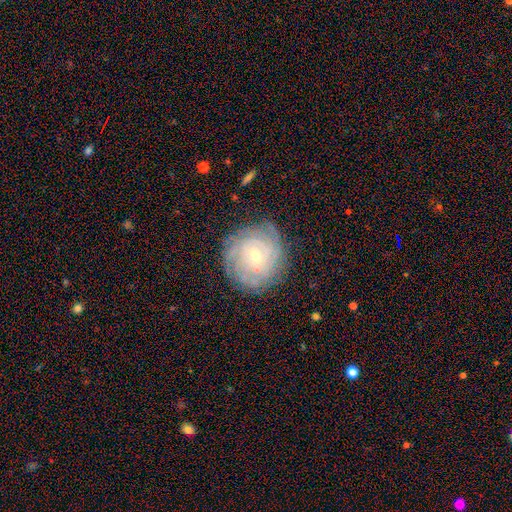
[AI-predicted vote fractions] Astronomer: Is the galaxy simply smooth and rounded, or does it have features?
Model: featured or disk — 77%.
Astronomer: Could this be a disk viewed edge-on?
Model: no — 97%.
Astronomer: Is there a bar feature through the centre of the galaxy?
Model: no — 59%.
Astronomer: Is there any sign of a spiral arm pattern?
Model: yes — 92%.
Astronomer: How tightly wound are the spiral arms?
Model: tight — 83%.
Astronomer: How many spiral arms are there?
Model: can't tell — 46%.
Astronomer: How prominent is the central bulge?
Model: small — 57% (runner-up: moderate, 39%).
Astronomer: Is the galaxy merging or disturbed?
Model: none — 81%.